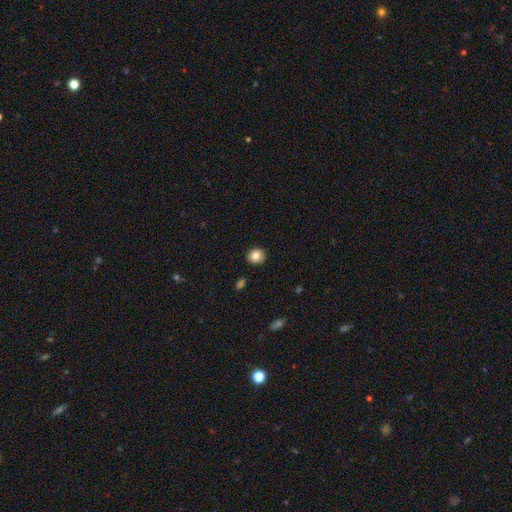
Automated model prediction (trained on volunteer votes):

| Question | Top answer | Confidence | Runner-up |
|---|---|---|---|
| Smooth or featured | smooth | 83% | star or artifact (9%) |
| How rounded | round | 86% | in between (13%) |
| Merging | none | 90% | minor disturbance (7%) |